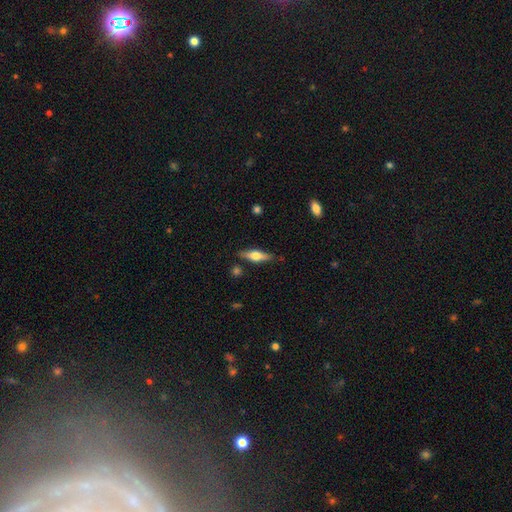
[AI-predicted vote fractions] Q: Smooth or featured?
A: featured or disk (53%); runner-up: smooth (40%)
Q: Edge-on disk?
A: yes (94%); runner-up: no (6%)
Q: Edge-on bulge?
A: rounded (91%); runner-up: boxy (7%)
Q: Merging?
A: none (82%); runner-up: minor disturbance (12%)